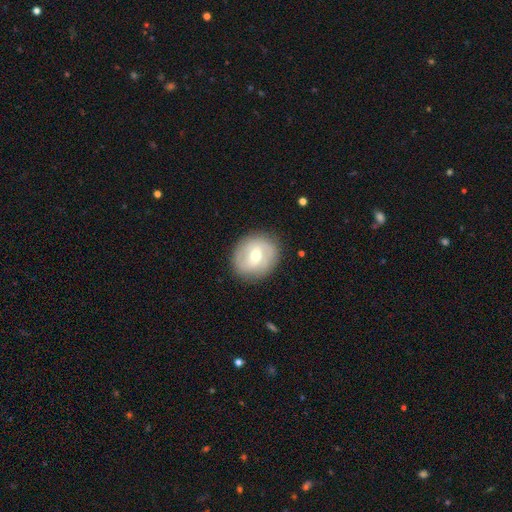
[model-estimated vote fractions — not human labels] smooth-or-featured: featured or disk: 64% | smooth: 30% | star or artifact: 6%
  disk-edge-on: no: 97% | yes: 3%
    bar: weak: 54% | strong: 23% | no: 23%
    has-spiral-arms: yes: 75% | no: 25%
    bulge-size: moderate: 66% | small: 28% | large: 4% | none: 1% | dominant: 1%
  merging: none: 84% | minor disturbance: 11% | major disturbance: 4% | merger: 1%